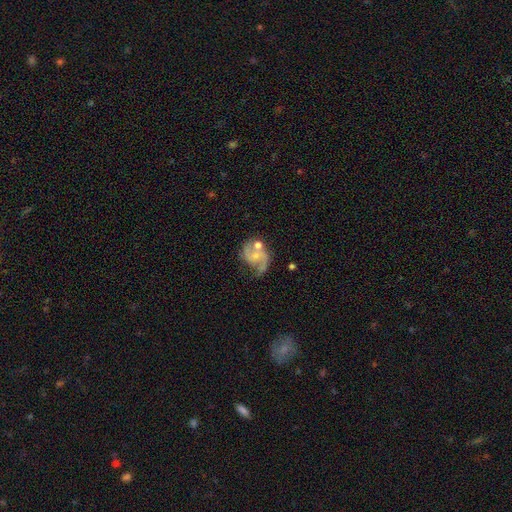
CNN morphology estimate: featured or disk 82%, smooth 12%, star or artifact 7%. Down the decision tree: edge-on disk — no (98%); bar — no (56%); spiral arms — yes (95%); spiral arm count — 2 (86%); spiral winding — medium (49%); bulge size — small (54%); merging — none (50%).